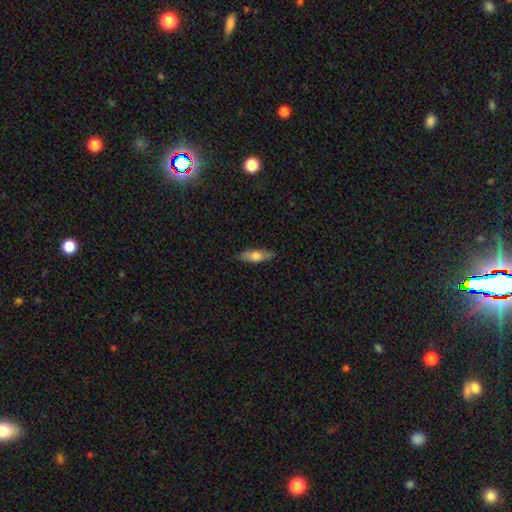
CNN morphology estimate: smooth-or-featured: smooth: 63% | featured or disk: 31% | star or artifact: 7%
  how-rounded: in between: 54% | cigar-shaped: 43% | round: 3%
  merging: none: 83% | minor disturbance: 13% | major disturbance: 3% | merger: 1%